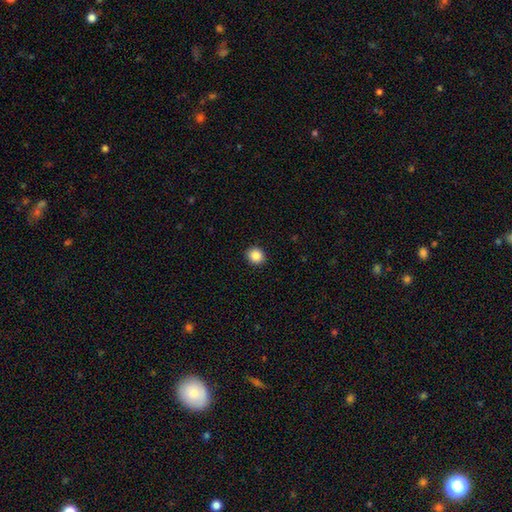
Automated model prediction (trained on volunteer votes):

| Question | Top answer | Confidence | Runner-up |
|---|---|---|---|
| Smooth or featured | smooth | 88% | star or artifact (9%) |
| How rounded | round | 82% | in between (17%) |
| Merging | none | 92% | minor disturbance (5%) |